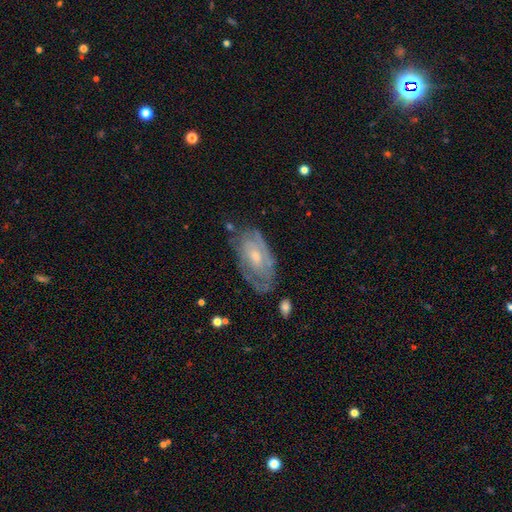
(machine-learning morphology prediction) featured or disk 69%, smooth 24%, star or artifact 7%. Down the decision tree: edge-on disk — no (93%); bar — no (70%); spiral arms — yes (71%); bulge size — small (47%); merging — none (59%).